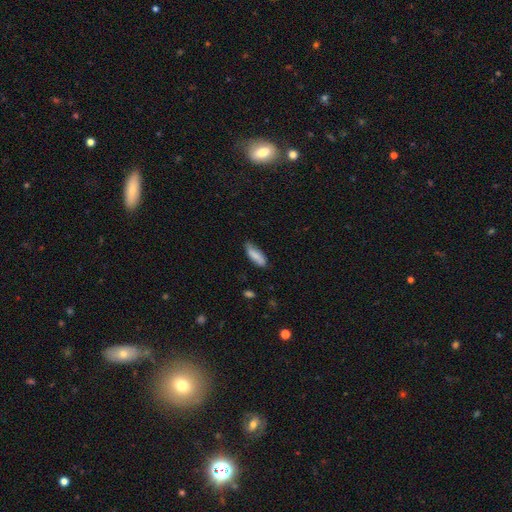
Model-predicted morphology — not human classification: This is clearly a smooth galaxy (81%). How rounded: likely in between (61%). Merging: likely none (68%).